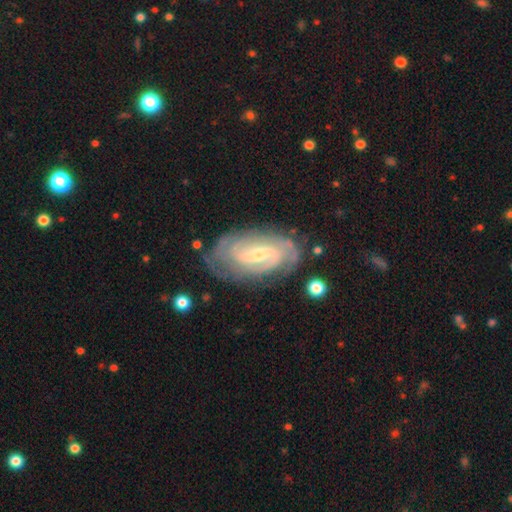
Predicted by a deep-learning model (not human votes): This appears to be a featured or disk galaxy (88%) with a weak bar (48%), 2 (44%) tight (60%) spiral arms (97%) and a small central bulge (59%). Merging: none (76%).